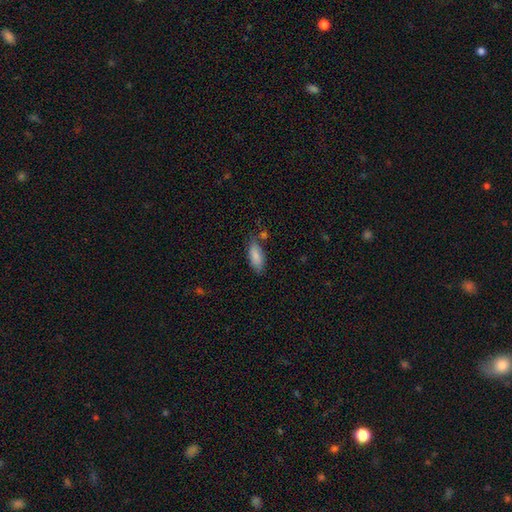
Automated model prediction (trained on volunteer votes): Overall: smooth (84%). How rounded: in between (82%). Merging: none (66%).